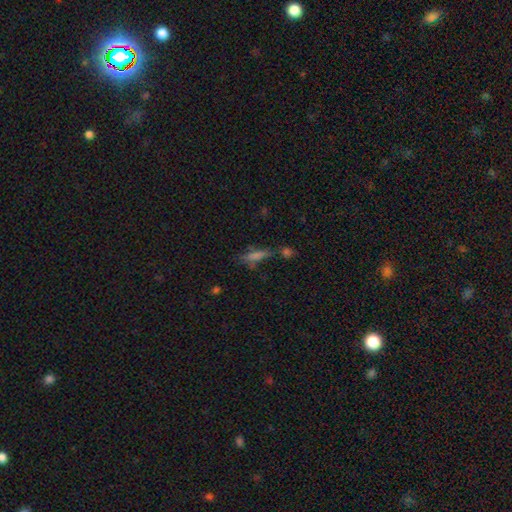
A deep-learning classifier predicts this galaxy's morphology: Q: Smooth or featured?
A: smooth (57%); runner-up: featured or disk (22%)
Q: How rounded?
A: cigar-shaped (68%); runner-up: in between (28%)
Q: Merging?
A: none (54%); runner-up: merger (18%)